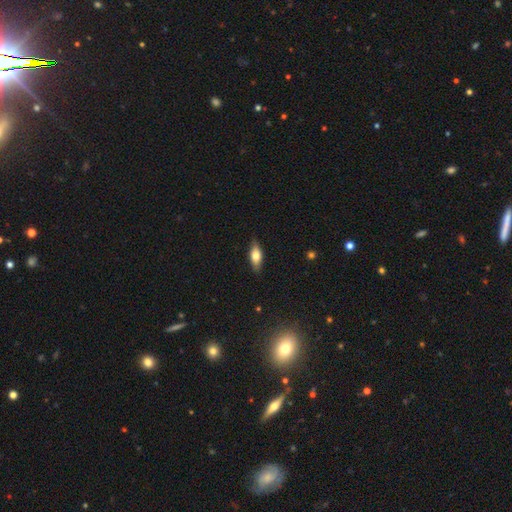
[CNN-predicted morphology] Smooth or featured? smooth (69%)
How rounded? in between (76%)
Merging? none (85%)